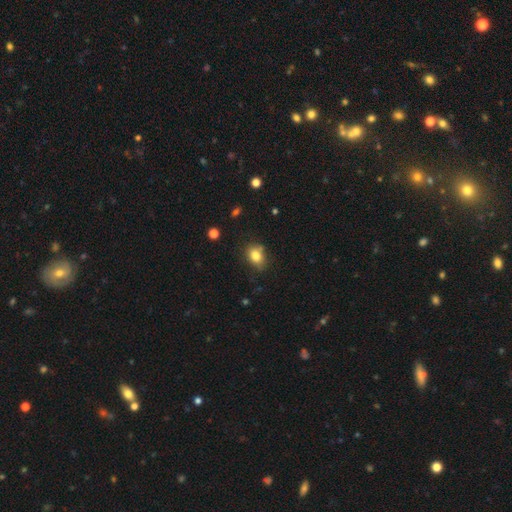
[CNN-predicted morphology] Overall: smooth (81%). How rounded: in between (66%; round 33%). Merging: none (71%).